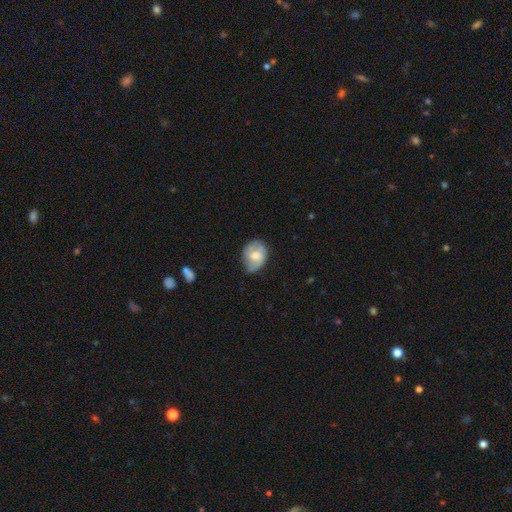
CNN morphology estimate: smooth 55%, featured or disk 39%, star or artifact 7%. Down the decision tree: how rounded — in between (61%); merging — none (57%).